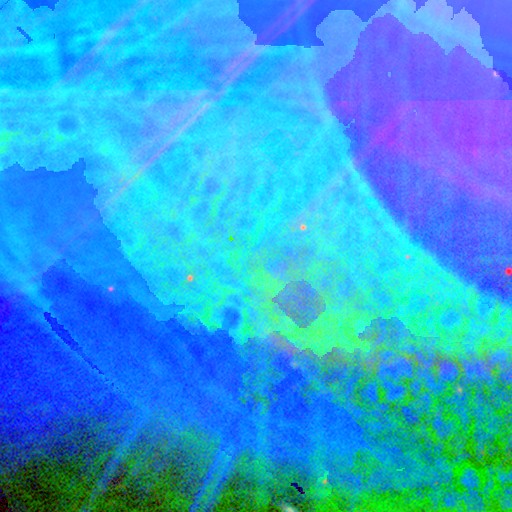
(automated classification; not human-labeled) A star or artifact, not a galaxy (82%).